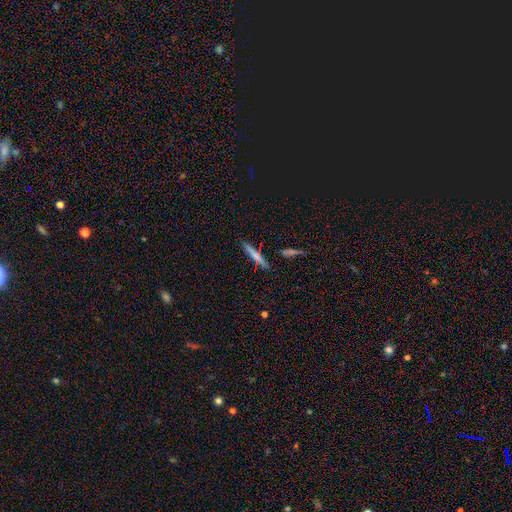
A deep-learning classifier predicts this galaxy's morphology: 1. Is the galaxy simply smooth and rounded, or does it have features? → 61% smooth, 30% featured or disk, 9% star or artifact.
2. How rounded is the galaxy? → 91% cigar-shaped, 7% in between, 2% round.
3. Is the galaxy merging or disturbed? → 82% none, 11% minor disturbance, 5% merger, 2% major disturbance.